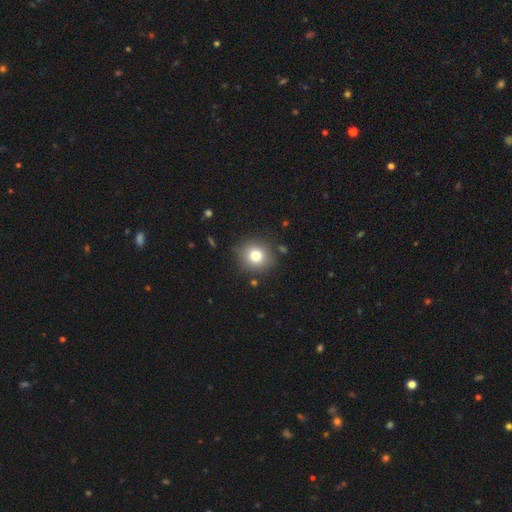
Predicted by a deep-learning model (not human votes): Smooth or featured?
  - smooth: 77% *
  - star or artifact: 12%
  - featured or disk: 10%
How rounded?
  - round: 87% *
  - in between: 12%
  - cigar-shaped: 1%
Merging?
  - none: 87% *
  - minor disturbance: 9%
  - major disturbance: 3%
  - merger: 2%